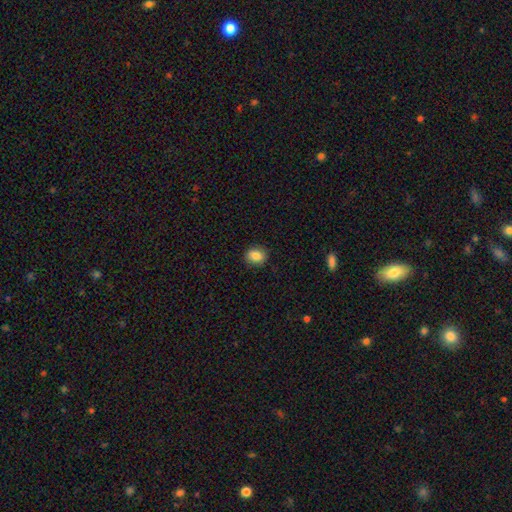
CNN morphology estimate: smooth_or_featured: smooth (p=0.85) [alt: star or artifact p=0.09]
how_rounded: round (p=0.57) [alt: in between p=0.42]
merging: none (p=0.90) [alt: minor disturbance p=0.08]